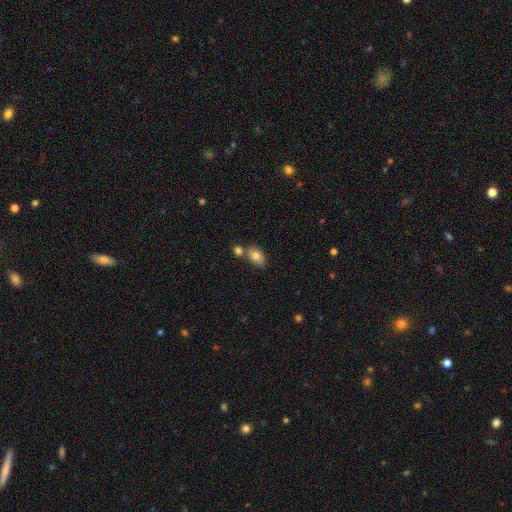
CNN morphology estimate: smooth 80%, featured or disk 12%, star or artifact 8%. Down the decision tree: how rounded — in between (89%); merging — none (58%).